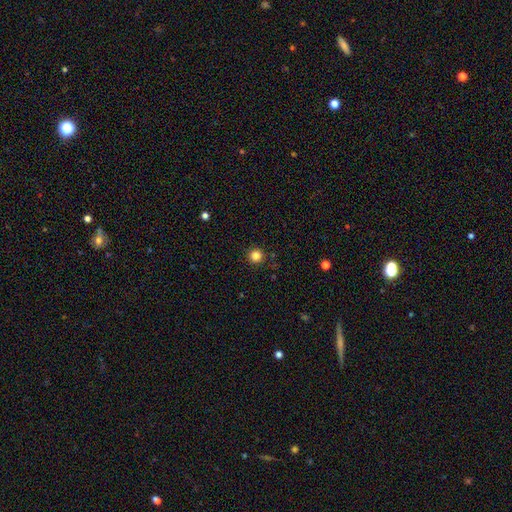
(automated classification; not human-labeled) This is clearly a smooth galaxy (83%). How rounded: clearly round (96%). Merging: clearly none (92%).